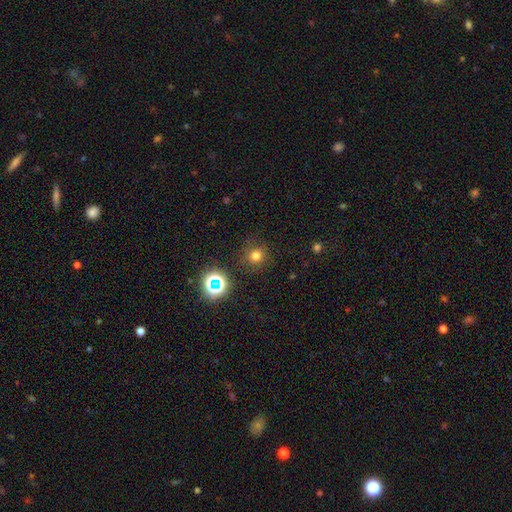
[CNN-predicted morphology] Smooth or featured? Predicted: smooth (p=0.72). How rounded? Predicted: round (p=0.93). Merging? Predicted: none (p=0.87).